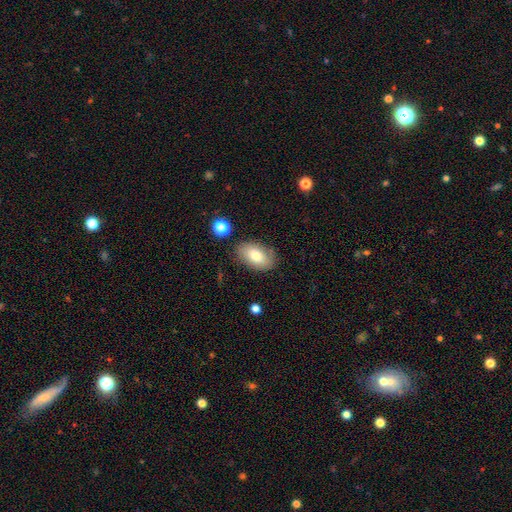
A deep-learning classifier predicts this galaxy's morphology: Smooth or featured?
  - smooth: 76% *
  - featured or disk: 16%
  - star or artifact: 8%
How rounded?
  - in between: 92% *
  - round: 7%
  - cigar-shaped: 2%
Merging?
  - none: 80% *
  - minor disturbance: 14%
  - major disturbance: 4%
  - merger: 3%